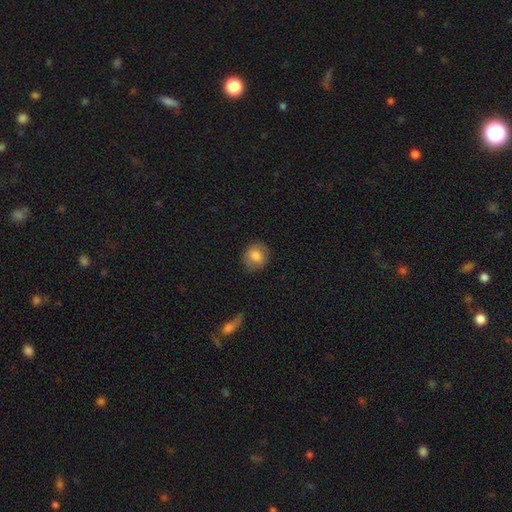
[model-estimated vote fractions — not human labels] The model was most divided on "how rounded": round: 79%, in between: 20%, cigar-shaped: 1%. More confident: smooth or featured — smooth (80%); merging — none (80%).